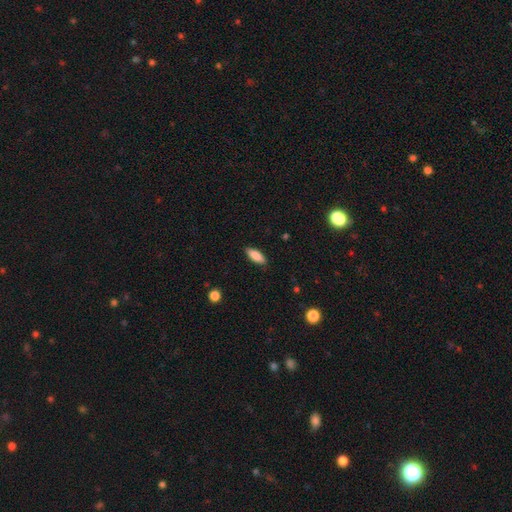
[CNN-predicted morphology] This appears to be a smooth galaxy with no disk features (86%) that is in between round and cigar-shaped (71%). Merging: none (88%).